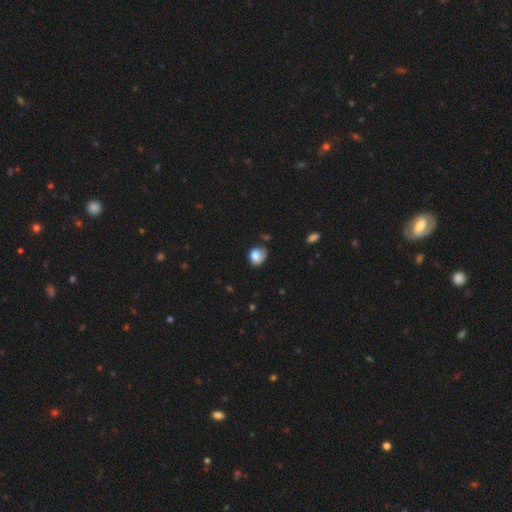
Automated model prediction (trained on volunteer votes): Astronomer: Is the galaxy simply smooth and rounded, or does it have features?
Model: smooth — 80%.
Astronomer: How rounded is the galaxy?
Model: round — 60% (runner-up: in between, 39%).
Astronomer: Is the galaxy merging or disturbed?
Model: none — 48% (runner-up: minor disturbance, 36%).